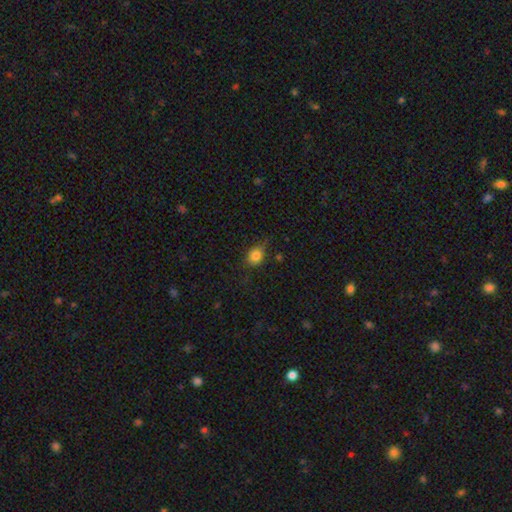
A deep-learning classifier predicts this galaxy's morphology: A smooth galaxy with no disk features (81%) that is round (57%). Merging: none (65%).